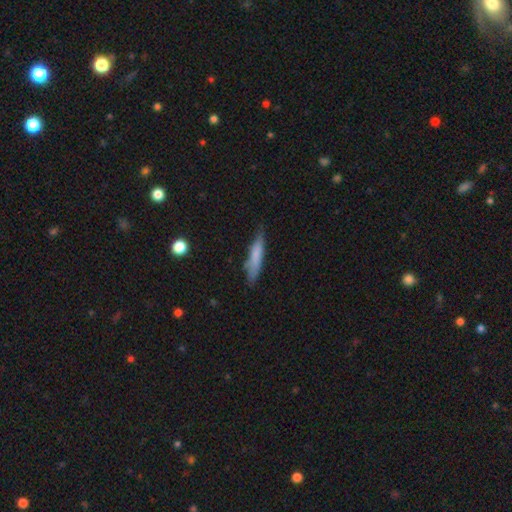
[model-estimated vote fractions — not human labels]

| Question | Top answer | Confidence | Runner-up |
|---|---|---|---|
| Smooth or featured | smooth | 73% | featured or disk (20%) |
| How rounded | cigar-shaped | 85% | in between (14%) |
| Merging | none | 72% | minor disturbance (21%) |